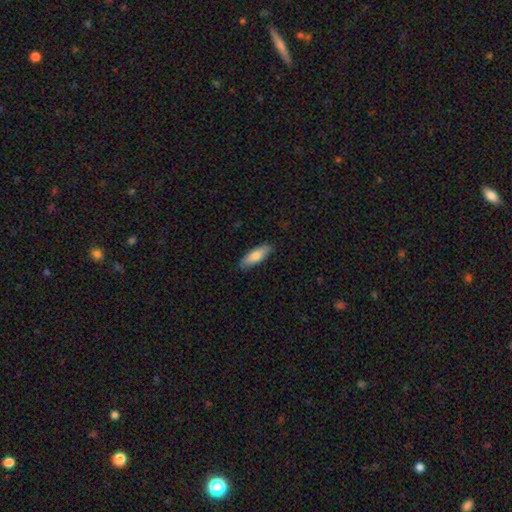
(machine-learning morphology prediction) Smooth or featured: smooth — 78% (featured or disk — 17%)
How rounded: in between — 61% (cigar-shaped — 37%)
Merging: none — 87% (minor disturbance — 11%)